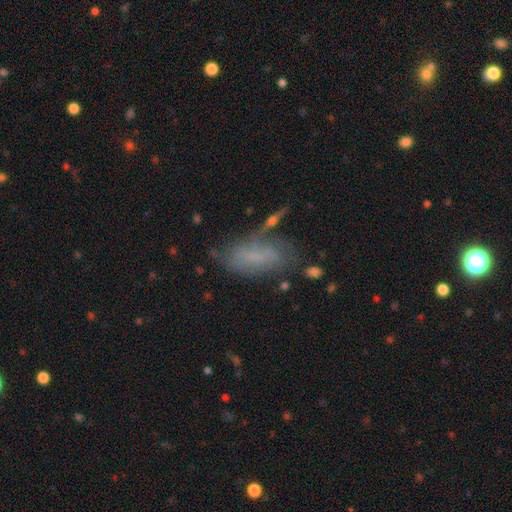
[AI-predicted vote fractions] The model was most divided on "merging": none: 51%, minor disturbance: 25%, major disturbance: 15%, merger: 9%. More confident: how rounded — in between (80%); smooth or featured — smooth (59%).